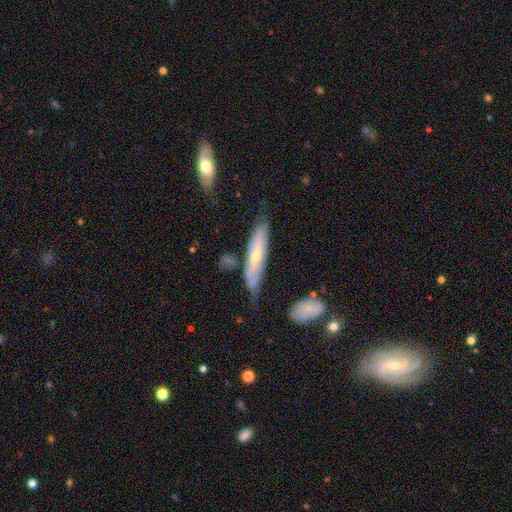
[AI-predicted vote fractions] Q: Smooth or featured?
A: featured or disk (54%); runner-up: smooth (39%)
Q: Edge-on disk?
A: yes (63%); runner-up: no (37%)
Q: Merging?
A: none (65%); runner-up: minor disturbance (24%)